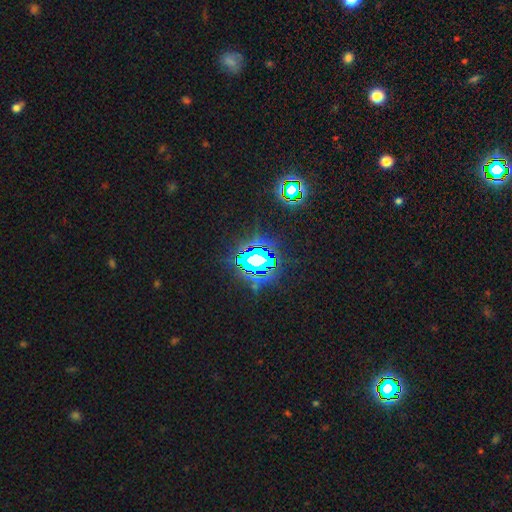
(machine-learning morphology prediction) Smooth or featured? Predicted: star or artifact (p=0.75).